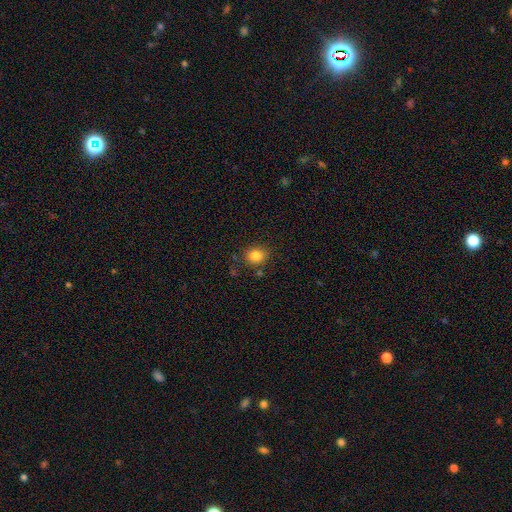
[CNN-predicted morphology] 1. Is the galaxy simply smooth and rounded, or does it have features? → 83% smooth, 11% star or artifact, 6% featured or disk.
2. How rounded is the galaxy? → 62% round, 37% in between, 1% cigar-shaped.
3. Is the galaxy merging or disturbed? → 82% none, 11% minor disturbance, 4% merger, 3% major disturbance.